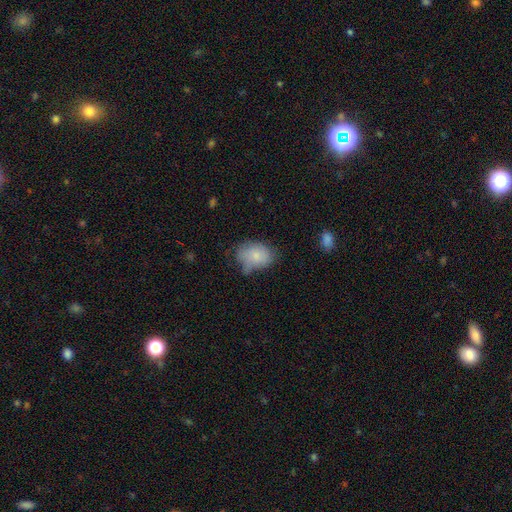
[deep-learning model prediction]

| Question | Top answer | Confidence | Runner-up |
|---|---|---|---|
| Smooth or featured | smooth | 79% | featured or disk (13%) |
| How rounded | in between | 73% | round (26%) |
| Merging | none | 47% | minor disturbance (36%) |